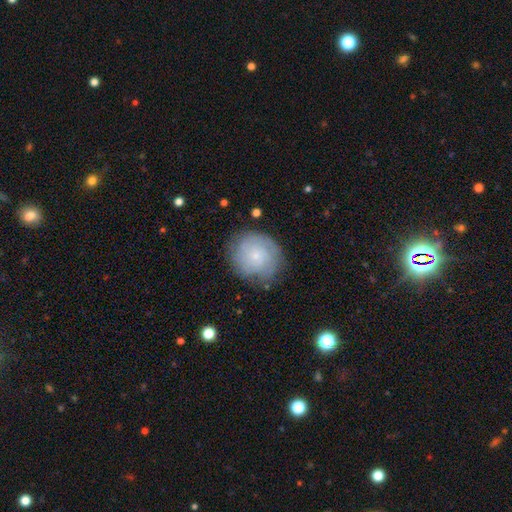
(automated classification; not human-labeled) smooth_or_featured: featured or disk (p=0.49) [alt: smooth p=0.43]
merging: none (p=0.75) [alt: minor disturbance p=0.18]